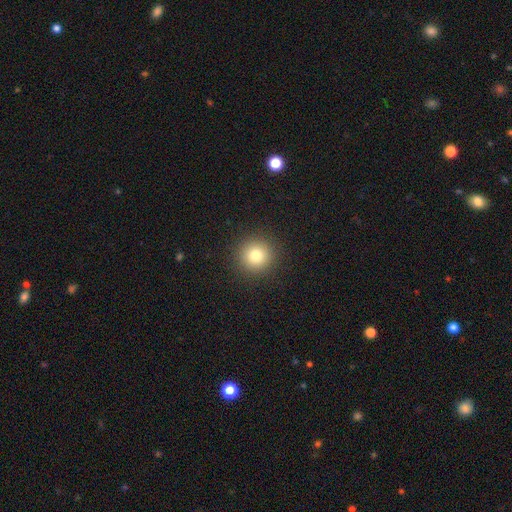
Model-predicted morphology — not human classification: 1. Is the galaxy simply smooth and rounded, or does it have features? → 80% smooth, 12% star or artifact, 8% featured or disk.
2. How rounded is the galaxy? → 94% round, 6% in between, 1% cigar-shaped.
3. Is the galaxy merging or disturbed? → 92% none, 5% minor disturbance, 2% major disturbance, 1% merger.